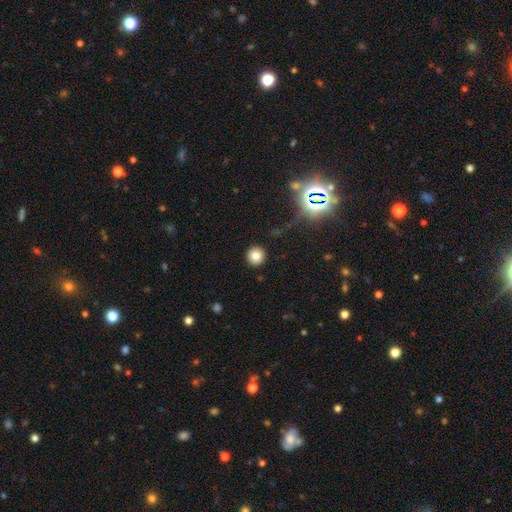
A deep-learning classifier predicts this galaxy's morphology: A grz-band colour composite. It shows a smooth galaxy with no disk features (80%) that is round (93%). Merging: none (92%).